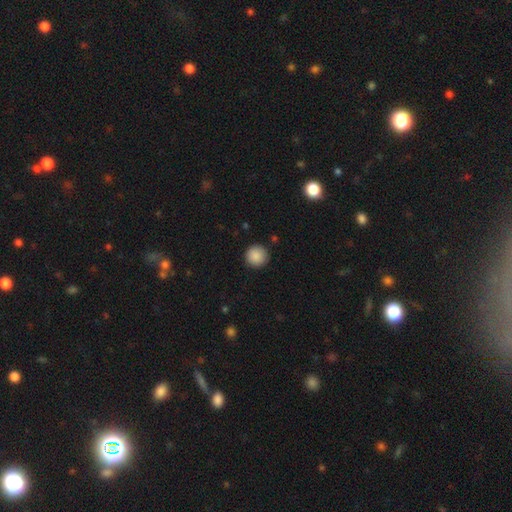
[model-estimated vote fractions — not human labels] This appears to be a smooth galaxy with no disk features (89%) that is round (95%). Merging: none (91%).